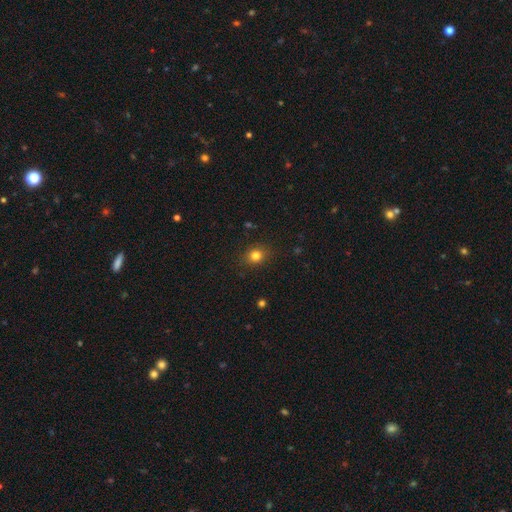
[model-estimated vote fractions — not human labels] This is clearly a smooth galaxy (81%). How rounded: likely round (68%). Merging: clearly none (87%).